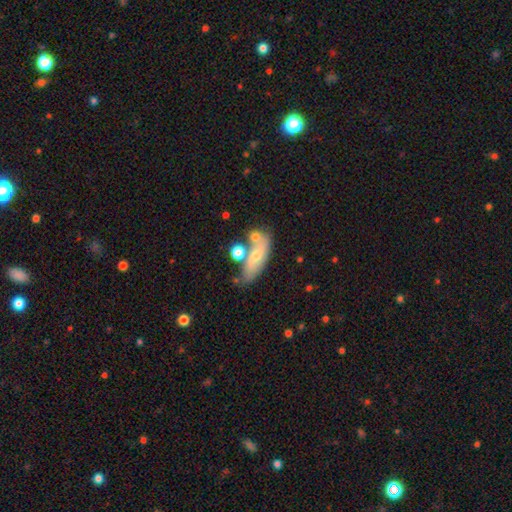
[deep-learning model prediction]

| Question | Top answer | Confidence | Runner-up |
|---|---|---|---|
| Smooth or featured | smooth | 50% | featured or disk (41%) |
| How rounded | in between | 67% | cigar-shaped (27%) |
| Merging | none | 46% | merger (23%) |